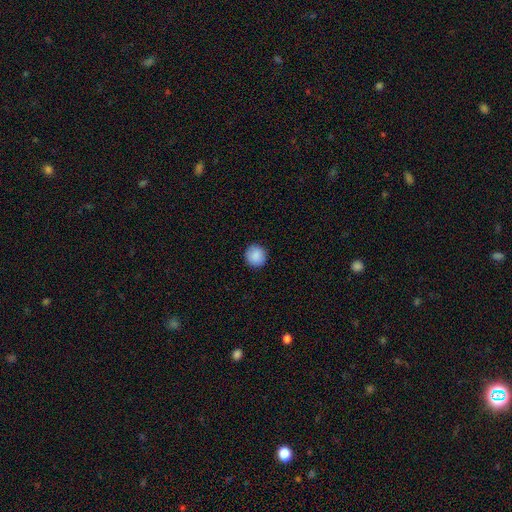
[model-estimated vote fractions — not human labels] smooth_or_featured: smooth (p=0.89) [alt: star or artifact p=0.08]
how_rounded: round (p=0.93) [alt: in between p=0.06]
merging: none (p=0.91) [alt: minor disturbance p=0.06]